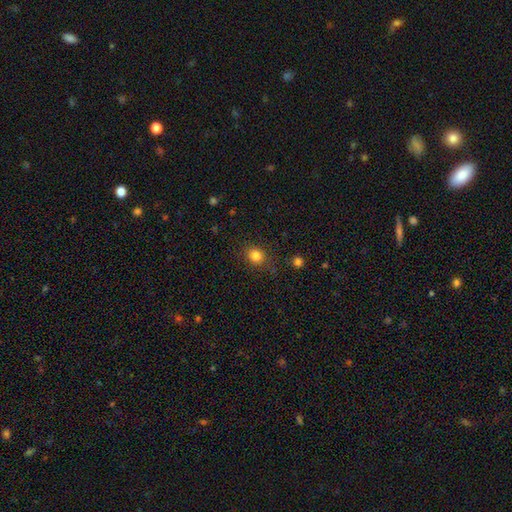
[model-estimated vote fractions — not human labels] Smooth or featured: smooth — 82% (star or artifact — 13%)
How rounded: round — 76% (in between — 23%)
Merging: none — 80% (minor disturbance — 13%)